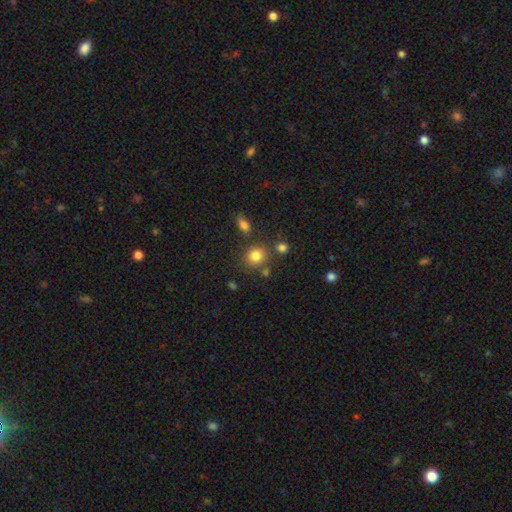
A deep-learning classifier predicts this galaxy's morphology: smooth 81%, star or artifact 12%, featured or disk 7%. Down the decision tree: how rounded — round (81%); merging — none (76%).